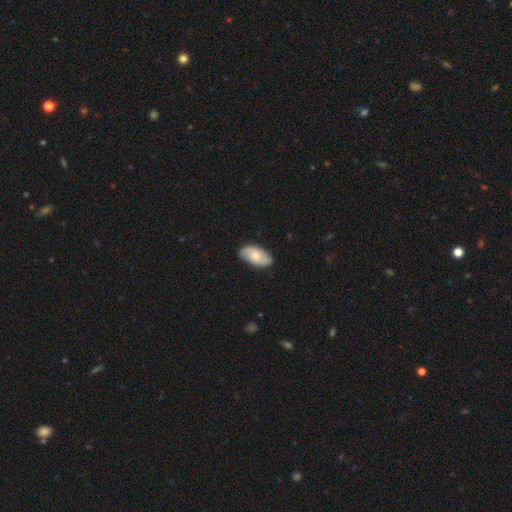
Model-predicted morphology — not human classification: Smooth or featured?
  - smooth: 52% *
  - featured or disk: 42%
  - star or artifact: 6%
How rounded?
  - in between: 93% *
  - cigar-shaped: 3%
  - round: 3%
Merging?
  - none: 81% *
  - minor disturbance: 15%
  - major disturbance: 3%
  - merger: 1%